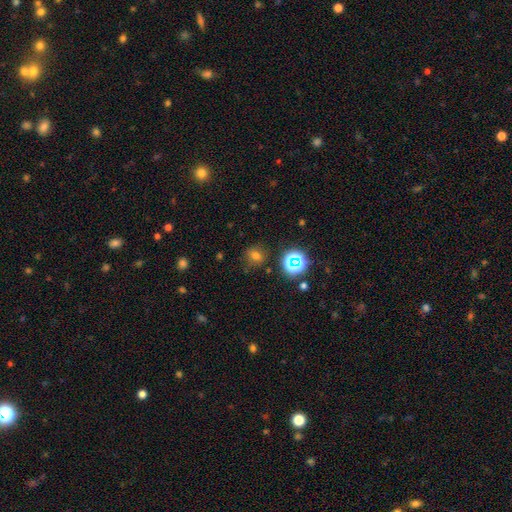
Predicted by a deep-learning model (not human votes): smooth 64%, star or artifact 26%, featured or disk 10%. Down the decision tree: how rounded — round (71%); merging — none (79%).